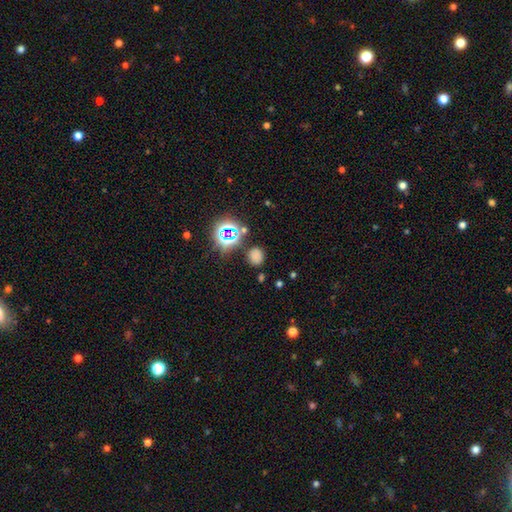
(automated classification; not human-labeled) Overall: smooth (64%; star or artifact 31%). How rounded: round (71%). Merging: none (81%).